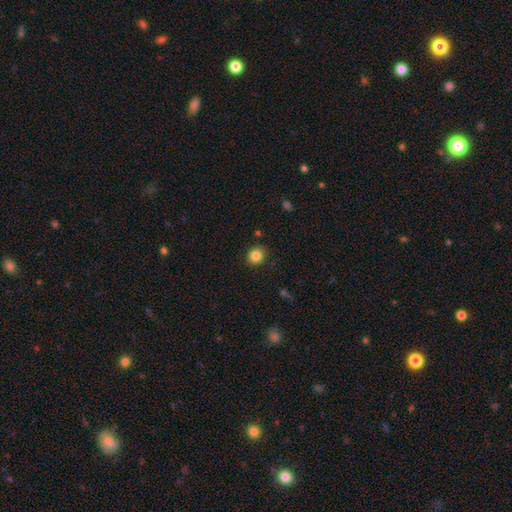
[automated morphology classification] smooth-or-featured: smooth: 84% | star or artifact: 11% | featured or disk: 5%
  how-rounded: round: 82% | in between: 17% | cigar-shaped: 1%
  merging: none: 88% | minor disturbance: 8% | major disturbance: 2% | merger: 2%